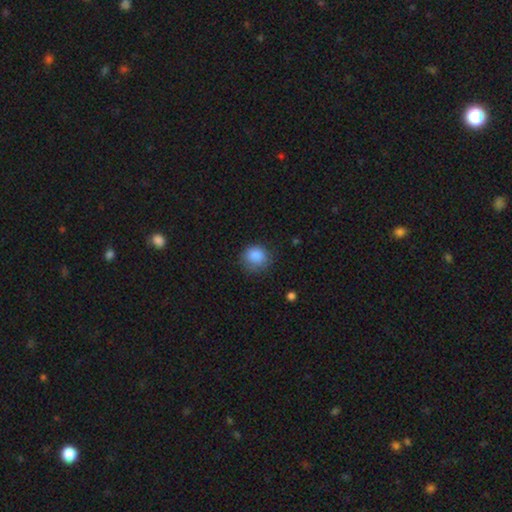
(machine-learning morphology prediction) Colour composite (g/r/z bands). It shows a smooth galaxy with no disk features (87%) that is round (84%). Merging: none (75%).